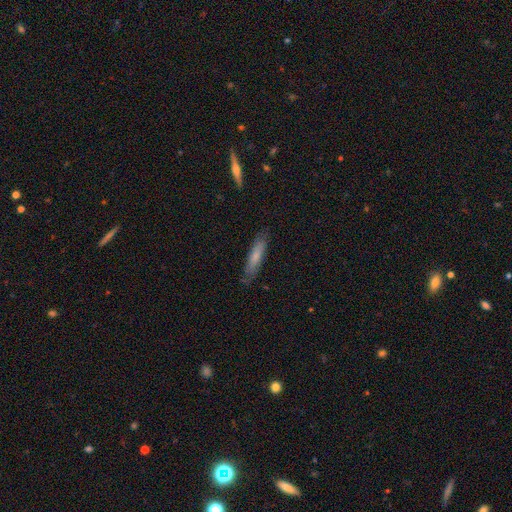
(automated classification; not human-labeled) smooth_or_featured: smooth (p=0.67) [alt: featured or disk p=0.27]
how_rounded: cigar-shaped (p=0.80) [alt: in between p=0.19]
merging: none (p=0.79) [alt: minor disturbance p=0.17]